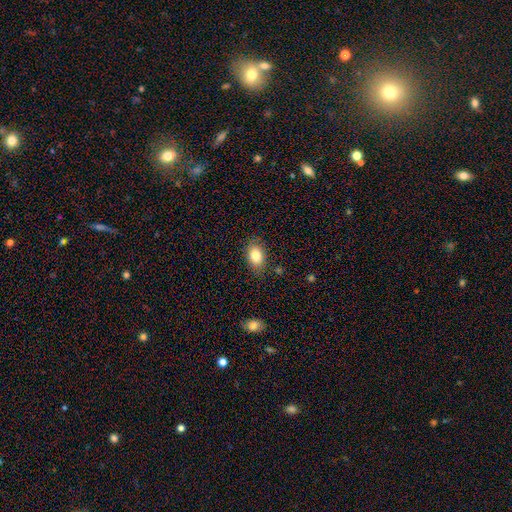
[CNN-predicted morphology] smooth 82%, featured or disk 10%, star or artifact 8%. Down the decision tree: how rounded — in between (83%); merging — none (80%).